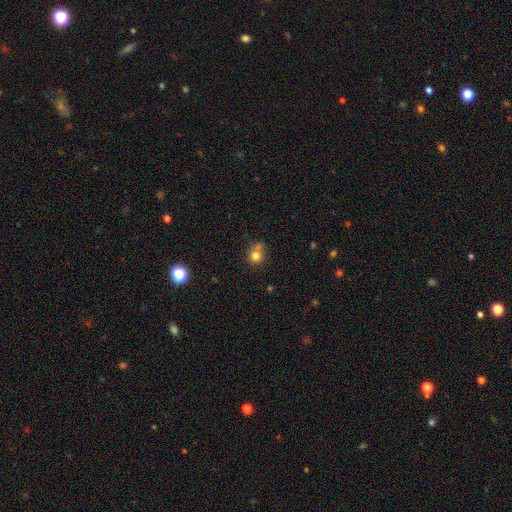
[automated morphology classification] smooth_or_featured: smooth (p=0.77) [alt: star or artifact p=0.13]
how_rounded: round (p=0.84) [alt: in between p=0.15]
merging: none (p=0.52) [alt: merger p=0.28]